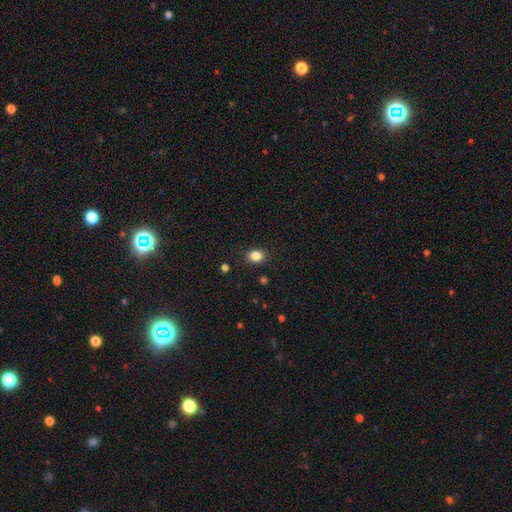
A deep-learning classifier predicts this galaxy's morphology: smooth-or-featured: smooth: 85% | star or artifact: 11% | featured or disk: 5%
  how-rounded: in between: 54% | round: 45% | cigar-shaped: 1%
  merging: none: 87% | minor disturbance: 9% | major disturbance: 2% | merger: 1%